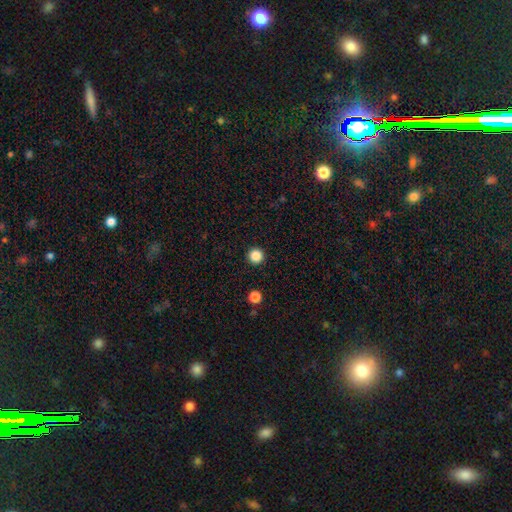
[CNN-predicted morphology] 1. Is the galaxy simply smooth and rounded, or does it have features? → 86% smooth, 11% star or artifact, 3% featured or disk.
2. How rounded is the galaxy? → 97% round, 3% in between, 1% cigar-shaped.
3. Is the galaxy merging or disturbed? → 94% none, 4% minor disturbance, 2% major disturbance, 1% merger.